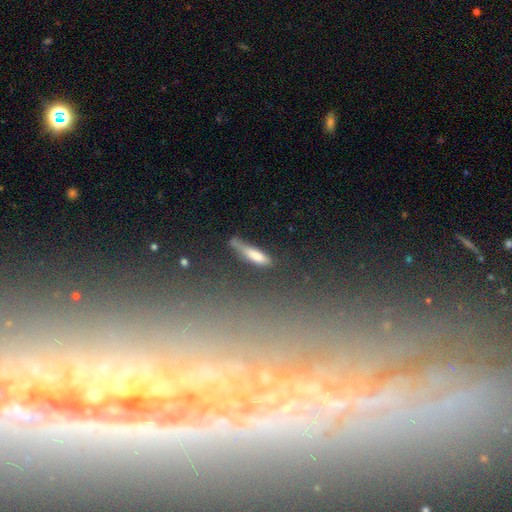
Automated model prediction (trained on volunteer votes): Q: Smooth or featured?
A: smooth (73%); runner-up: featured or disk (19%)
Q: How rounded?
A: cigar-shaped (77%); runner-up: in between (21%)
Q: Merging?
A: none (57%); runner-up: minor disturbance (25%)